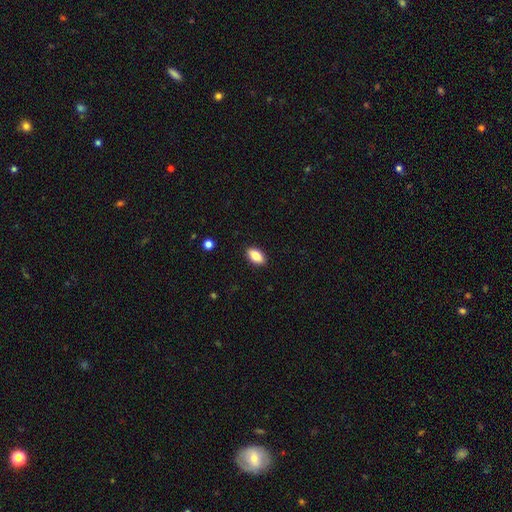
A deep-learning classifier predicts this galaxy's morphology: This appears to be a smooth galaxy with no disk features (85%) that is in between round and cigar-shaped (90%). Merging: none (90%).